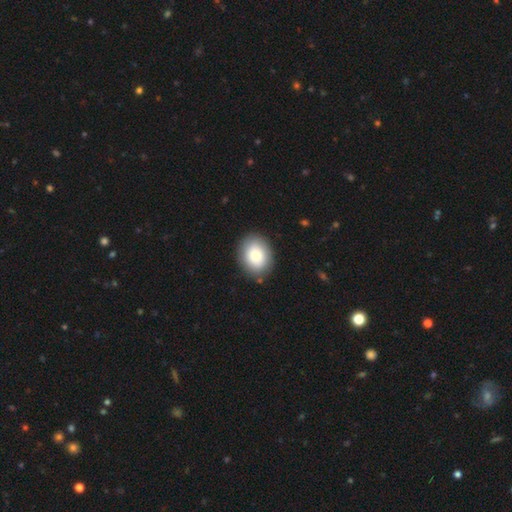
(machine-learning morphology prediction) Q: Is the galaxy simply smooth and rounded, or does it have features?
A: smooth — 78%.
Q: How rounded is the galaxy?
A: in between — 55%.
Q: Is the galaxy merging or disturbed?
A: none — 85%.